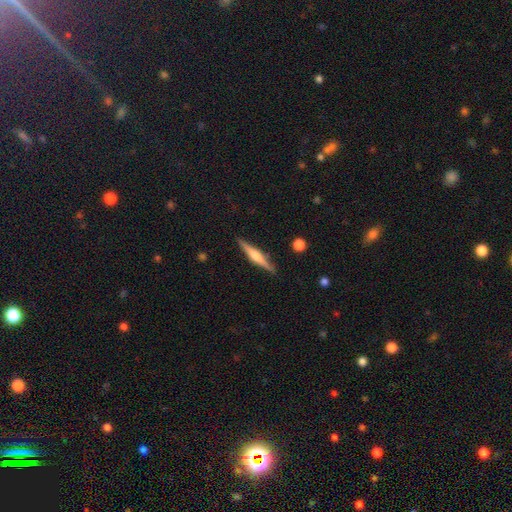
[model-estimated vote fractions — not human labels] Smooth or featured?
  - featured or disk: 67% *
  - smooth: 27%
  - star or artifact: 6%
Edge-on disk?
  - yes: 98% *
  - no: 2%
Edge-on bulge?
  - rounded: 77% *
  - boxy: 15%
  - none: 8%
Merging?
  - none: 90% *
  - minor disturbance: 7%
  - major disturbance: 2%
  - merger: 1%